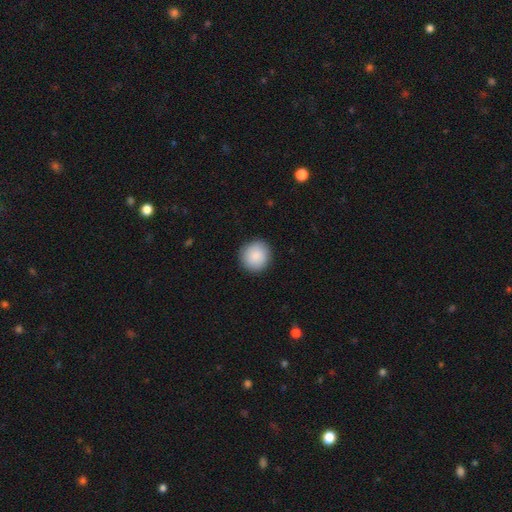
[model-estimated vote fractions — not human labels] A smooth galaxy with no disk features (89%) that is round (92%).

Vote fractions:
- Smooth or featured? smooth: 89% / star or artifact: 6% / featured or disk: 5%
- How rounded? round: 92% / in between: 7% / cigar-shaped: 1%
- Merging? none: 91% / minor disturbance: 7% / major disturbance: 2% / merger: 1%